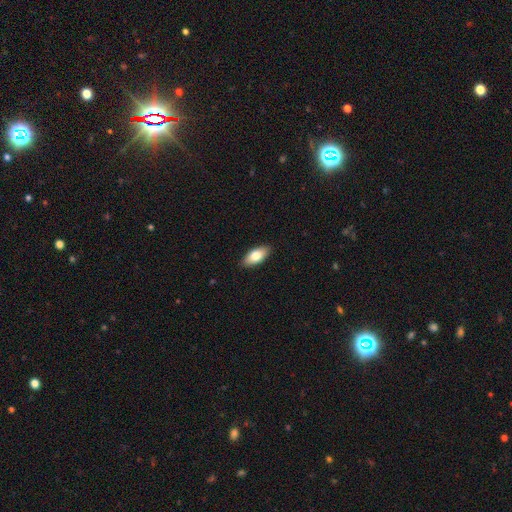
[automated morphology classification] Smooth or featured?
  - smooth: 77% *
  - featured or disk: 17%
  - star or artifact: 6%
How rounded?
  - in between: 88% *
  - cigar-shaped: 10%
  - round: 3%
Merging?
  - none: 89% *
  - minor disturbance: 8%
  - major disturbance: 2%
  - merger: 1%